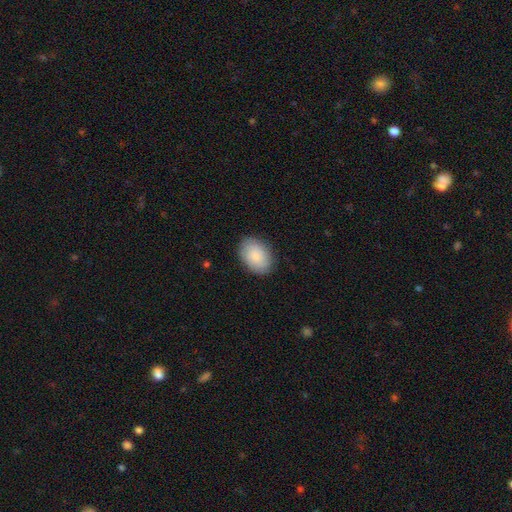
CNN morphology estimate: This is clearly a smooth galaxy (85%). How rounded: clearly in between (83%). Merging: clearly none (86%).